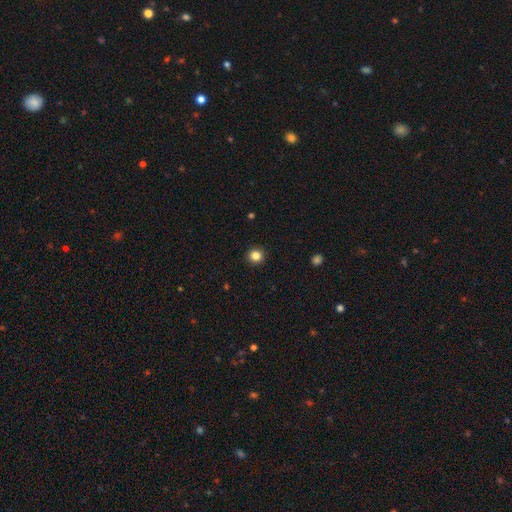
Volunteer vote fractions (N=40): A smooth galaxy with no disk features (98%) that is round (95%).

Vote fractions:
- Smooth or featured? smooth: 98% / star or artifact: 2% / featured or disk: 0%
- How rounded? round: 95% / in between: 3% / cigar-shaped: 3%
- Merging? none: 92% / minor disturbance: 5% / major disturbance: 3% / merger: 0%